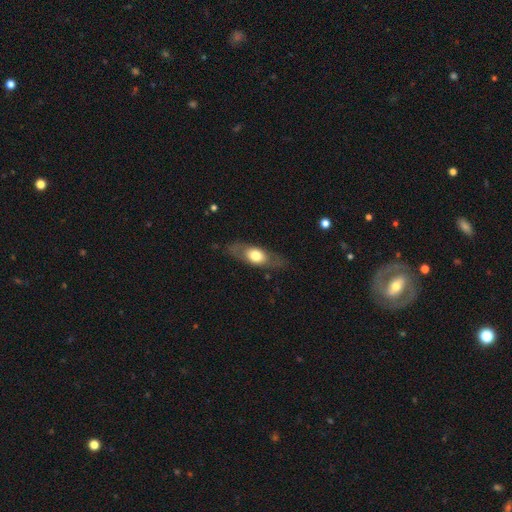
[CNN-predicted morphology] Smooth or featured: smooth — 52% (featured or disk — 42%)
How rounded: in between — 72% (cigar-shaped — 20%)
Merging: none — 79% (minor disturbance — 14%)